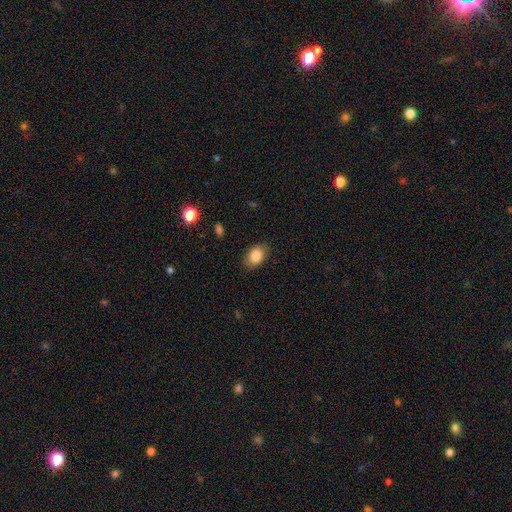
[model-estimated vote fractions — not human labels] Overall: smooth (86%). How rounded: in between (82%). Merging: none (84%).